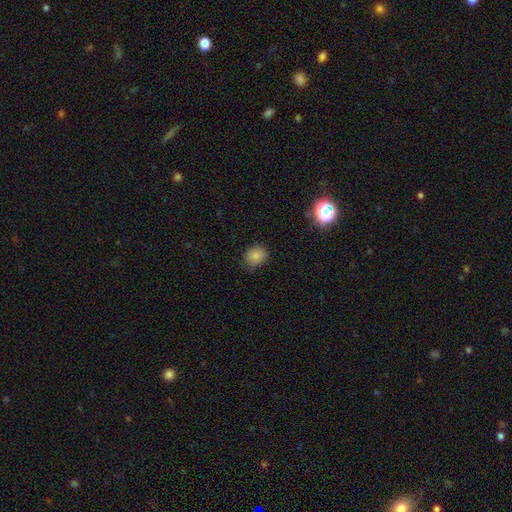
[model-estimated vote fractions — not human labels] Smooth or featured: smooth — 83% (star or artifact — 11%)
How rounded: round — 68% (in between — 31%)
Merging: none — 77% (minor disturbance — 18%)